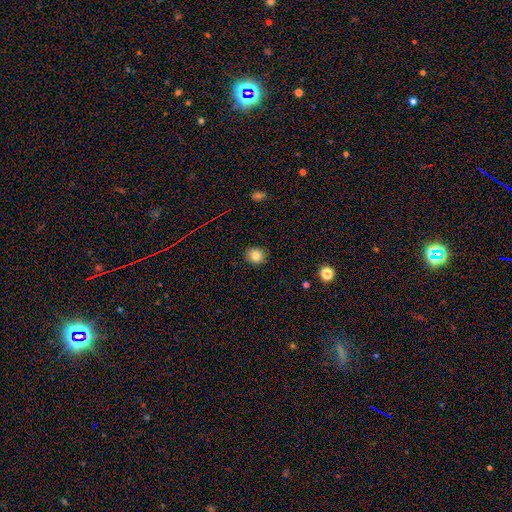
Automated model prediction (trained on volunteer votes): A smooth galaxy with no disk features (81%) that is round (81%). Merging: none (88%).